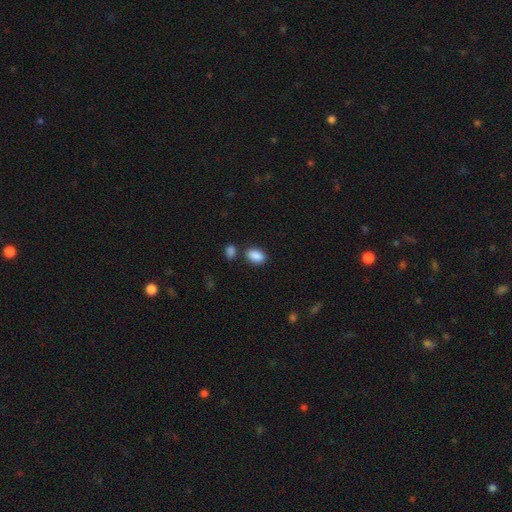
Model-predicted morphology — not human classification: This appears to be a smooth galaxy with no disk features (89%) that is in between round and cigar-shaped (88%). Merging: none (75%).